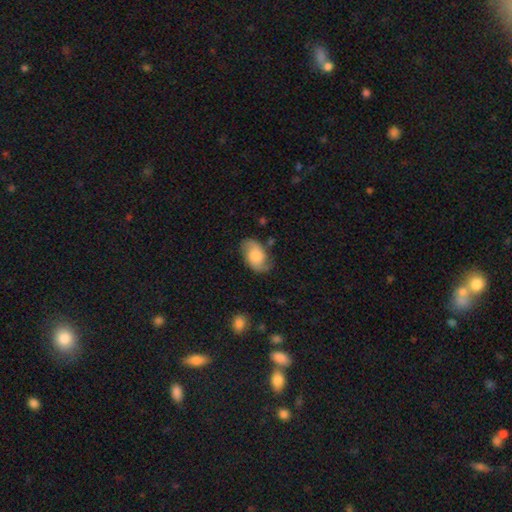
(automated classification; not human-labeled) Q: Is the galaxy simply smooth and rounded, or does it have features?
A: featured or disk — 49%.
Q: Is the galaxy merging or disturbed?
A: none — 70%.